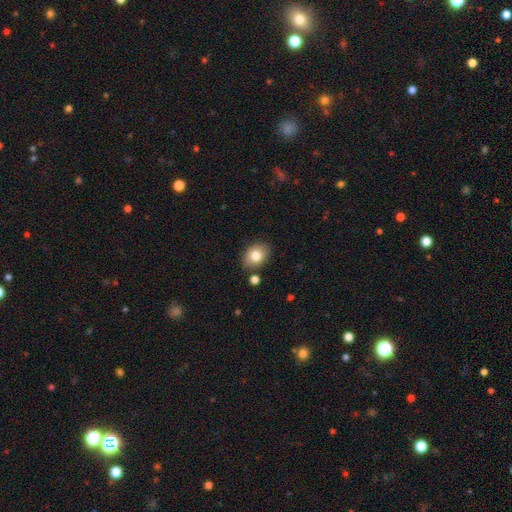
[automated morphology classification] Q: Smooth or featured?
A: smooth (81%); runner-up: featured or disk (11%)
Q: How rounded?
A: in between (65%); runner-up: round (34%)
Q: Merging?
A: none (82%); runner-up: minor disturbance (11%)